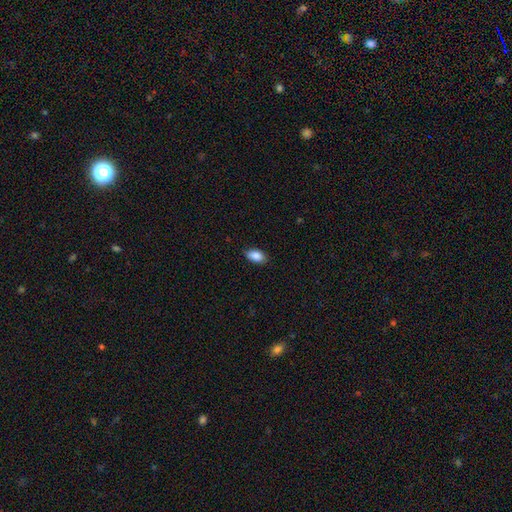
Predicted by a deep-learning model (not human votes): smooth_or_featured: smooth (p=0.87) [alt: star or artifact p=0.07]
how_rounded: in between (p=0.91) [alt: round p=0.05]
merging: none (p=0.84) [alt: minor disturbance p=0.13]